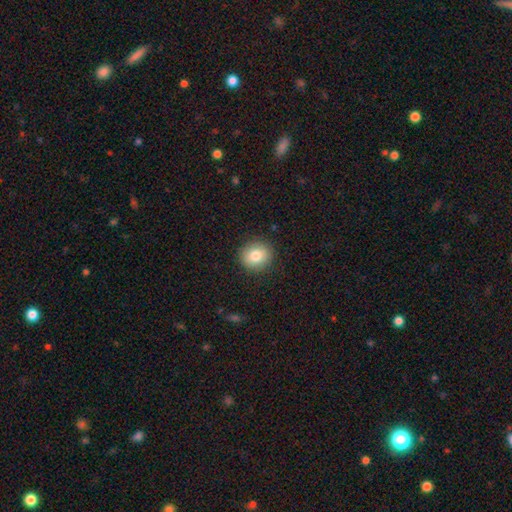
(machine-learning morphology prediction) Smooth or featured? Predicted: smooth (p=0.82). How rounded? Predicted: round (p=0.87). Merging? Predicted: none (p=0.90).